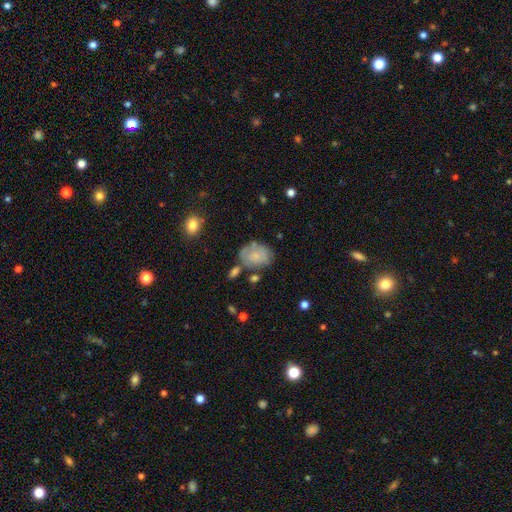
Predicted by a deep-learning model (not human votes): A smooth galaxy with no disk features (65%) that is in between round and cigar-shaped (69%).

Vote fractions:
- Smooth or featured? smooth: 65% / featured or disk: 27% / star or artifact: 8%
- How rounded? in between: 69% / round: 30% / cigar-shaped: 1%
- Merging? none: 52% / minor disturbance: 26% / major disturbance: 11% / merger: 11%